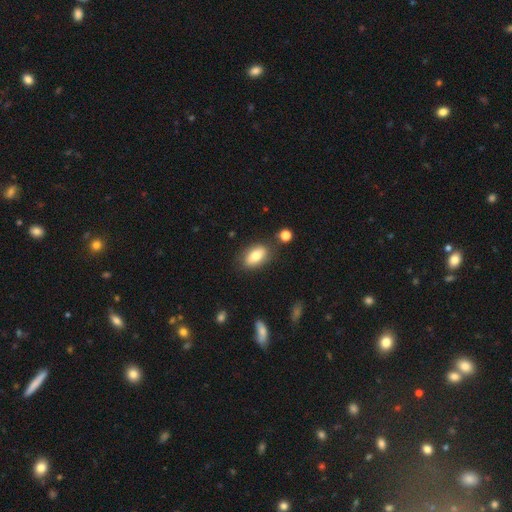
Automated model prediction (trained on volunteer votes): A smooth galaxy with no disk features (76%) that is in between round and cigar-shaped (89%).

Vote fractions:
- Smooth or featured? smooth: 76% / featured or disk: 16% / star or artifact: 8%
- How rounded? in between: 89% / round: 6% / cigar-shaped: 5%
- Merging? none: 79% / minor disturbance: 13% / merger: 4% / major disturbance: 4%